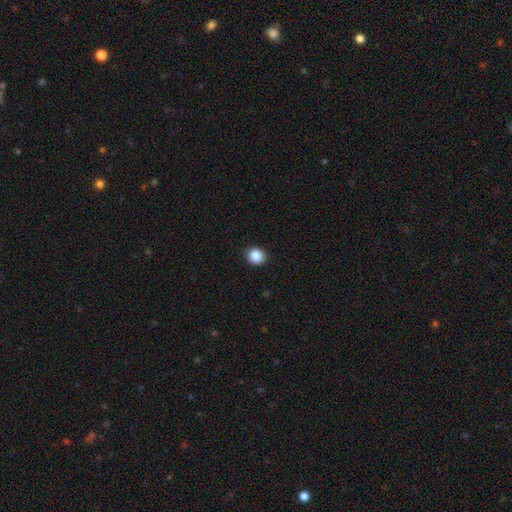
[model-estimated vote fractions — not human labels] smooth_or_featured: smooth (p=0.88) [alt: star or artifact p=0.09]
how_rounded: round (p=0.83) [alt: in between p=0.16]
merging: none (p=0.91) [alt: minor disturbance p=0.06]